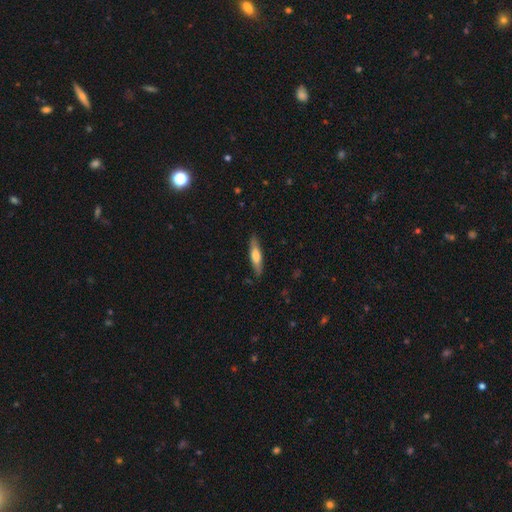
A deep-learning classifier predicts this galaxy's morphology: A smooth galaxy with no disk features (61%) that is cigar-shaped (74%).

Vote fractions:
- Smooth or featured? smooth: 61% / featured or disk: 33% / star or artifact: 6%
- How rounded? cigar-shaped: 74% / in between: 24% / round: 2%
- Merging? none: 85% / minor disturbance: 12% / major disturbance: 2% / merger: 1%